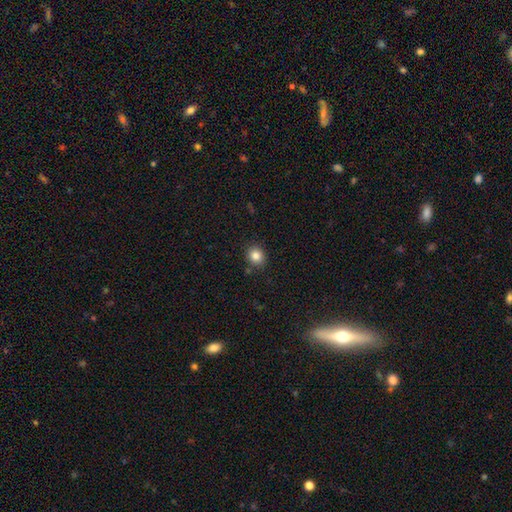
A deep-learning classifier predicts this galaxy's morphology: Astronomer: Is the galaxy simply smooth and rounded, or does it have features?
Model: smooth — 83%.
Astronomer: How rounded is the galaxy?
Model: round — 72%.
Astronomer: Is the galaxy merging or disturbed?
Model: none — 86%.